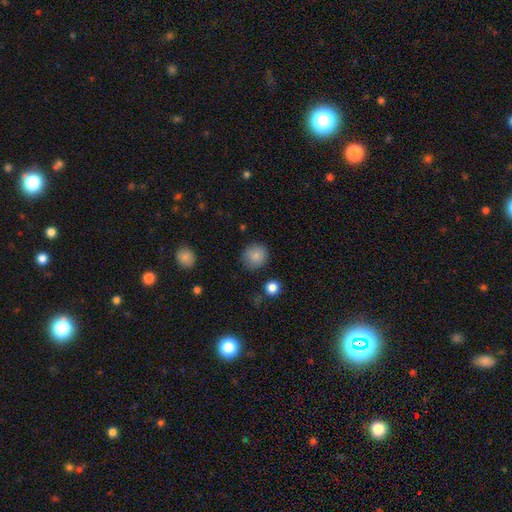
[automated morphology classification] smooth-or-featured: smooth: 86% | star or artifact: 9% | featured or disk: 5%
  how-rounded: round: 90% | in between: 9% | cigar-shaped: 1%
  merging: none: 86% | minor disturbance: 10% | major disturbance: 3% | merger: 2%